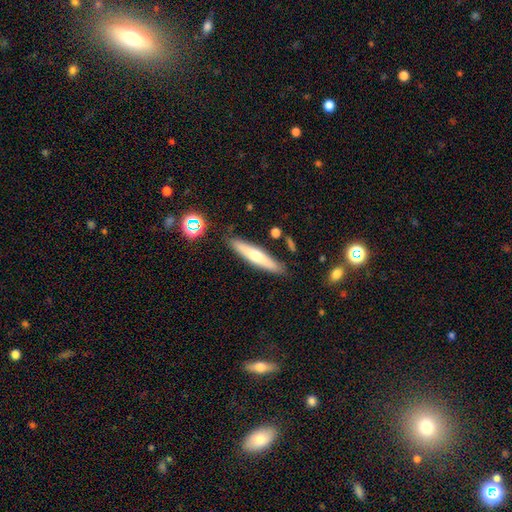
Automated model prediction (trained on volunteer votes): A smooth galaxy with no disk features (55%) that is cigar-shaped (88%). Merging: none (86%).